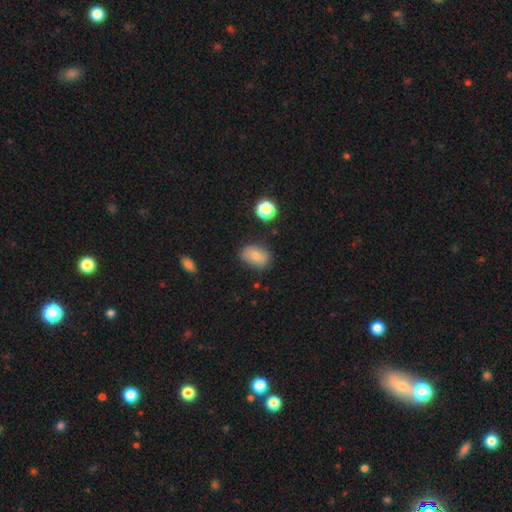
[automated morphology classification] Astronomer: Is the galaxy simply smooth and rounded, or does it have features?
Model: smooth — 76%.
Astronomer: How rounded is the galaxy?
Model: in between — 80%.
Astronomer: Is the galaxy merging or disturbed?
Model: none — 77%.